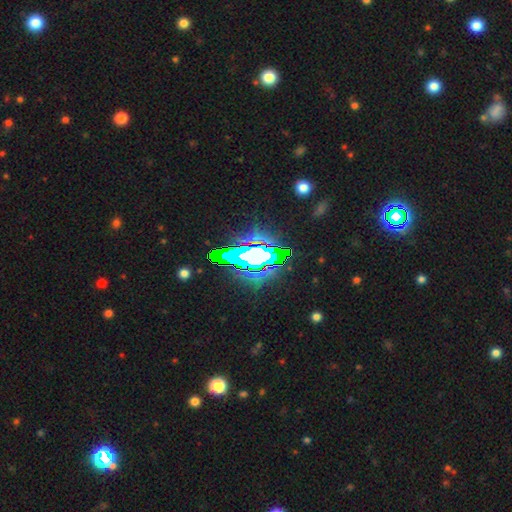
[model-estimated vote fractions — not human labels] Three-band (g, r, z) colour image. It shows a star or artifact, not a galaxy (64%).